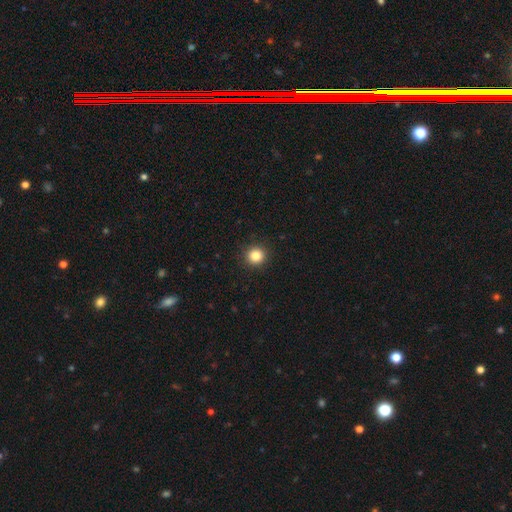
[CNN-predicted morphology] Smooth or featured? Predicted: smooth (p=0.85). How rounded? Predicted: round (p=0.94). Merging? Predicted: none (p=0.92).